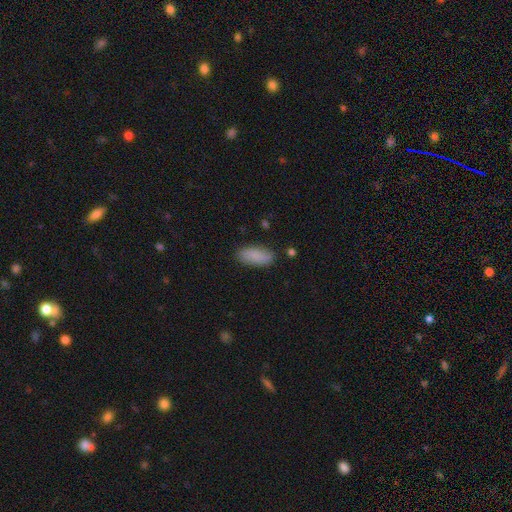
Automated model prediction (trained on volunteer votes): This is clearly a smooth galaxy (87%). How rounded: clearly in between (81%). Merging: clearly none (84%).